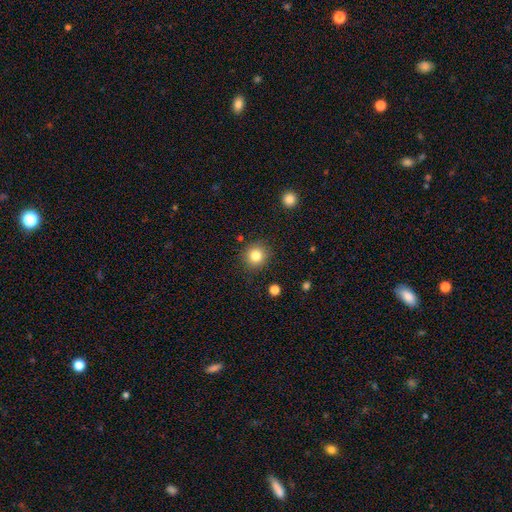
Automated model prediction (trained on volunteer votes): Smooth or featured?
  - smooth: 83% *
  - star or artifact: 11%
  - featured or disk: 6%
How rounded?
  - round: 91% *
  - in between: 8%
  - cigar-shaped: 1%
Merging?
  - none: 89% *
  - minor disturbance: 7%
  - major disturbance: 2%
  - merger: 2%